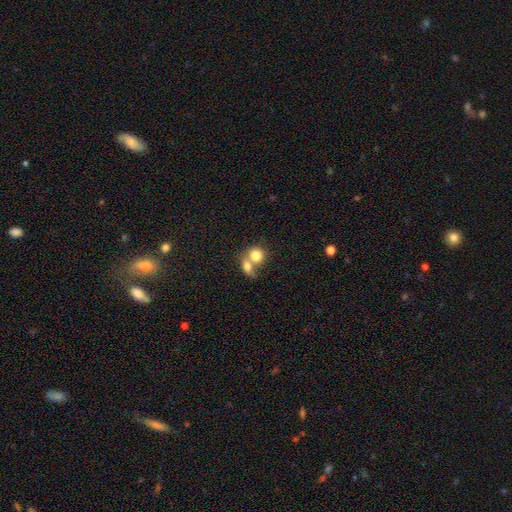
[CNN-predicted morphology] Smooth or featured?
  - smooth: 79% *
  - featured or disk: 13%
  - star or artifact: 8%
How rounded?
  - round: 71% *
  - in between: 27%
  - cigar-shaped: 1%
Merging?
  - merger: 65% *
  - none: 25%
  - minor disturbance: 6%
  - major disturbance: 4%